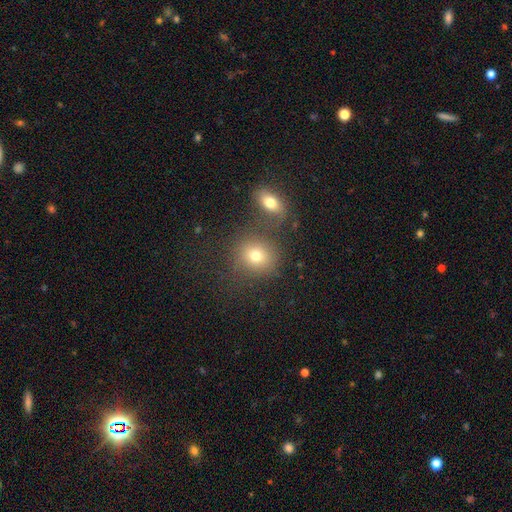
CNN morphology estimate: The model was most divided on "merging": none: 66%, merger: 20%, minor disturbance: 9%, major disturbance: 5%. More confident: how rounded — round (76%); smooth or featured — smooth (74%).